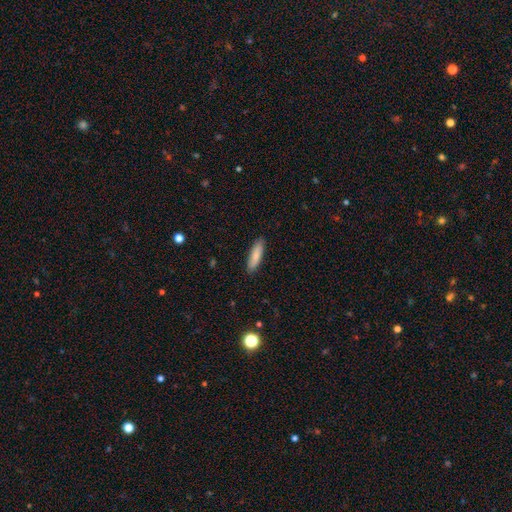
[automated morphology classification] This appears to be a smooth galaxy with no disk features (85%) that is cigar-shaped (68%). Merging: none (89%).